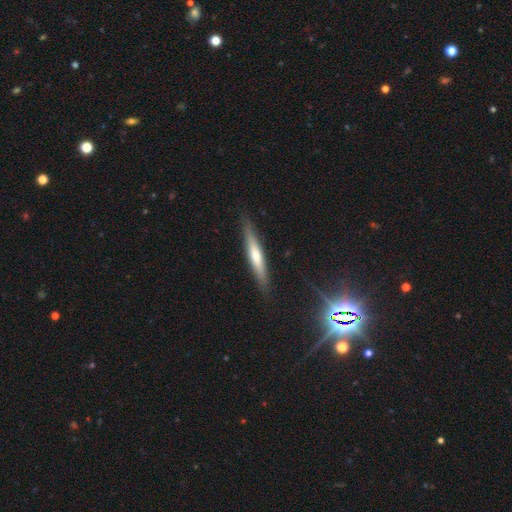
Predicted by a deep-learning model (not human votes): smooth-or-featured: featured or disk: 49% | smooth: 41% | star or artifact: 10%
  merging: none: 89% | minor disturbance: 8% | major disturbance: 2% | merger: 1%